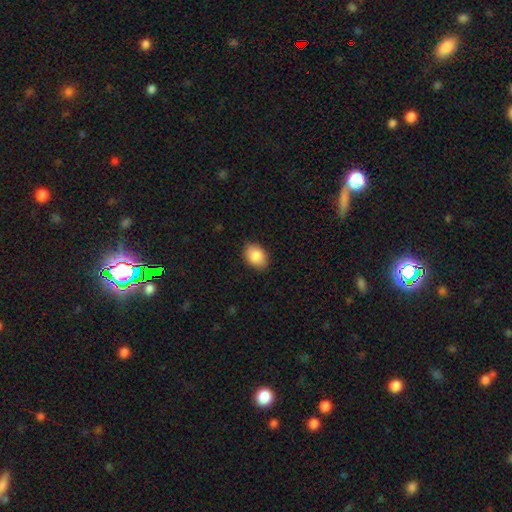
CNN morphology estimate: Q: Smooth or featured?
A: smooth (88%); runner-up: star or artifact (7%)
Q: How rounded?
A: in between (78%); runner-up: round (20%)
Q: Merging?
A: none (87%); runner-up: minor disturbance (10%)